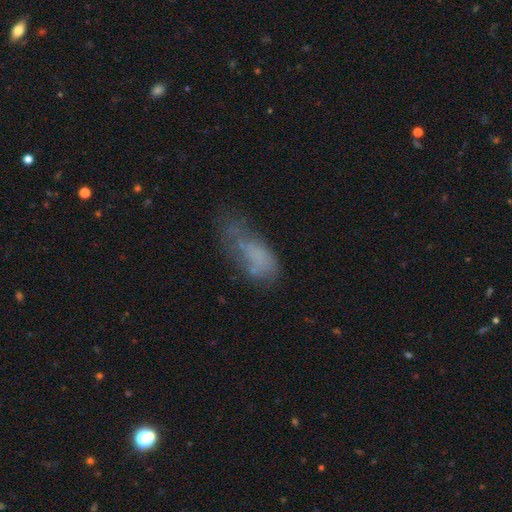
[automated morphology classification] A smooth galaxy with no disk features (57%) that is in between round and cigar-shaped (77%).

Vote fractions:
- Smooth or featured? smooth: 57% / featured or disk: 28% / star or artifact: 15%
- How rounded? in between: 77% / cigar-shaped: 20% / round: 3%
- Merging? none: 35% / minor disturbance: 30% / major disturbance: 30% / merger: 5%